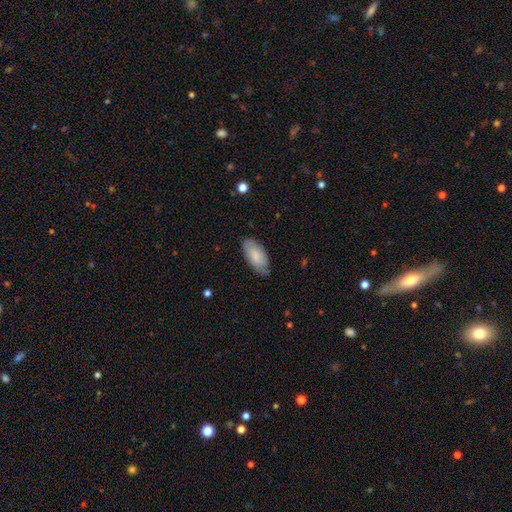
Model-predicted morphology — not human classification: Smooth or featured? smooth (79%)
How rounded? in between (92%)
Merging? none (74%)